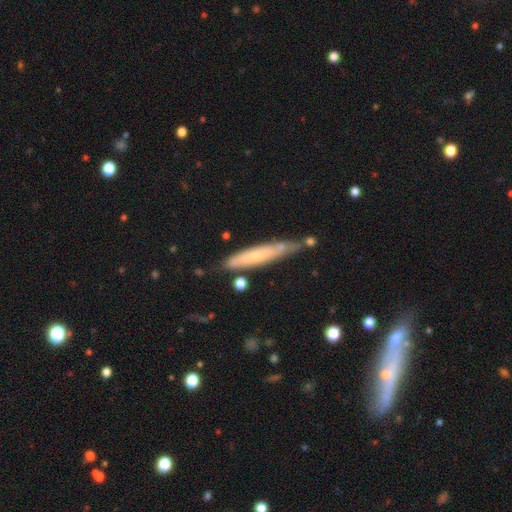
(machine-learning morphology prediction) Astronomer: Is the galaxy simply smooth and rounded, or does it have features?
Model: smooth — 53% (runner-up: featured or disk, 40%).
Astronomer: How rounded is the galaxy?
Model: cigar-shaped — 91%.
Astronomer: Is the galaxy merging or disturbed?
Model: none — 66%.